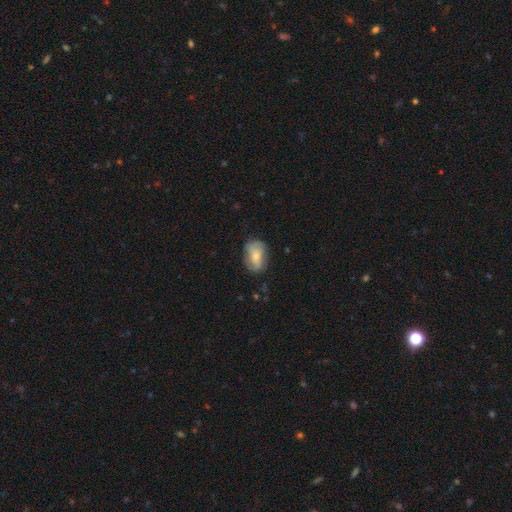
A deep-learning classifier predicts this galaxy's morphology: Smooth or featured? smooth (47%)
Merging? none (64%)